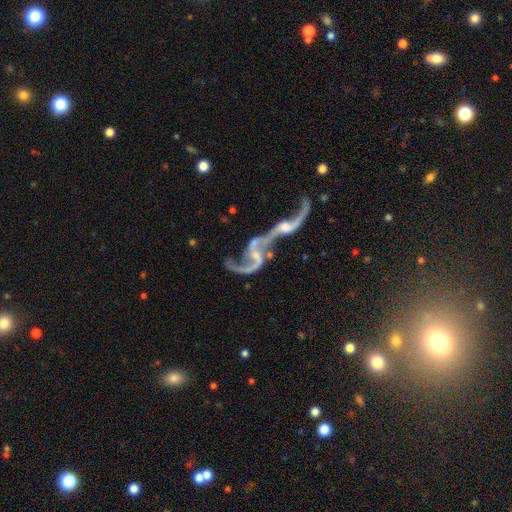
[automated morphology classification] Smooth or featured? featured or disk (85%)
Edge-on disk? no (94%)
Bar? no (46%)
Spiral arms? yes (85%)
Spiral winding? loose (90%)
Spiral arm count? 2 (82%)
Bulge size? small (42%)
Merging? merger (68%)